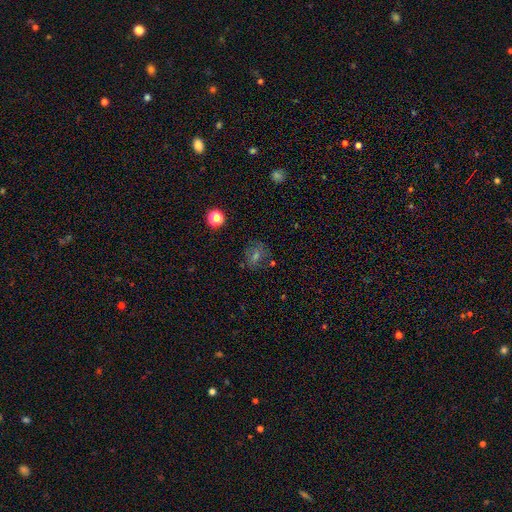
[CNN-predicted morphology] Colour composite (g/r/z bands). It shows a smooth galaxy with no disk features (42%). Merging: none (78%).